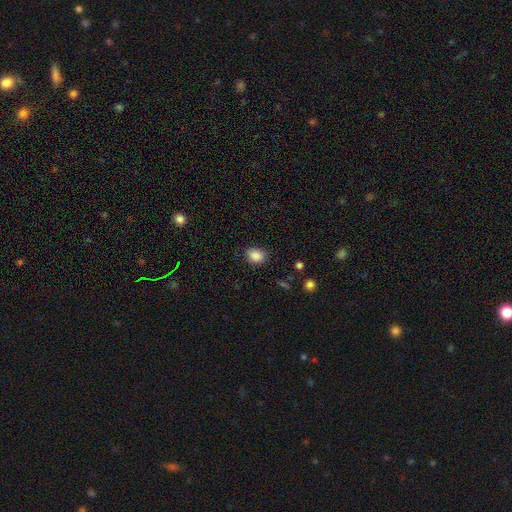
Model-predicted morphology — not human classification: This is clearly a smooth galaxy (87%). How rounded: possibly in between (54%). Merging: likely none (79%).